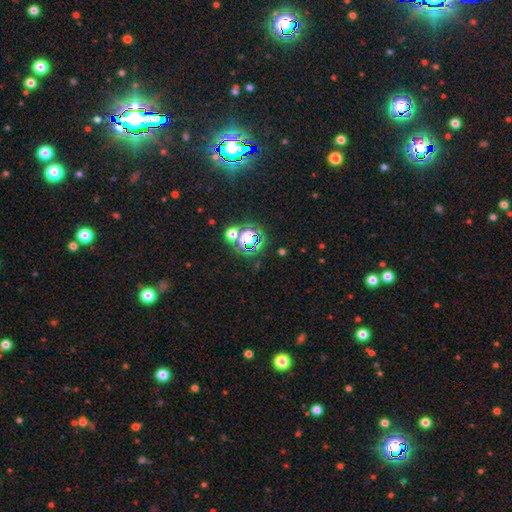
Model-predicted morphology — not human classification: The model was most divided on "smooth or featured": star or artifact: 79%, smooth: 14%, featured or disk: 8%.